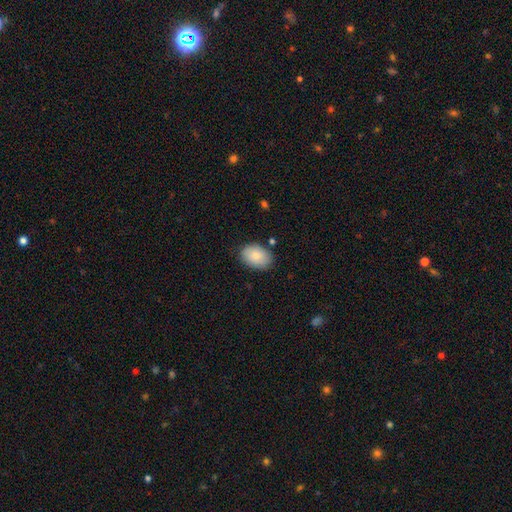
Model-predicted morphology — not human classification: Q: Smooth or featured?
A: smooth (83%); runner-up: featured or disk (10%)
Q: How rounded?
A: in between (82%); runner-up: round (17%)
Q: Merging?
A: none (83%); runner-up: minor disturbance (13%)